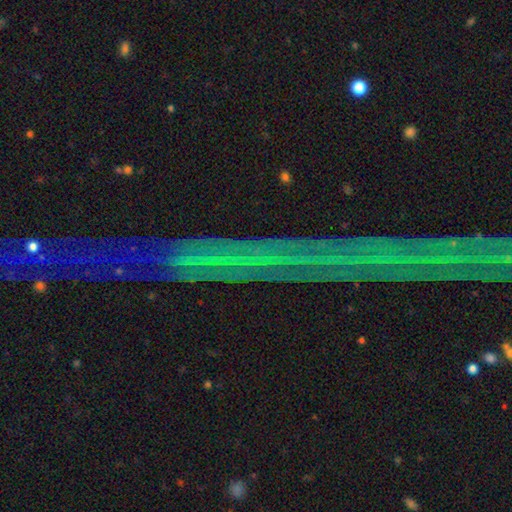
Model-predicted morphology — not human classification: star or artifact 78%, featured or disk 14%, smooth 9%.